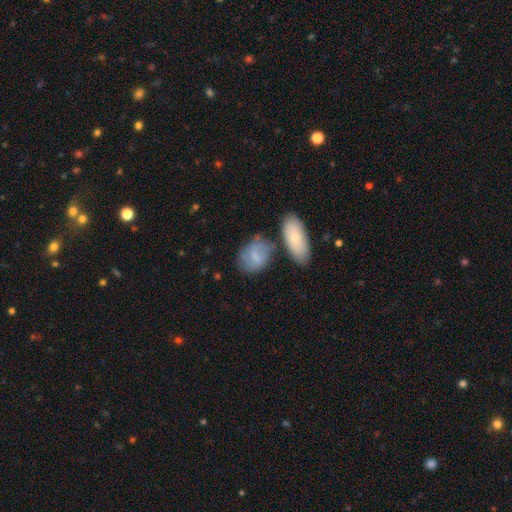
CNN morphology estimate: A smooth galaxy with no disk features (68%) that is in between round and cigar-shaped (65%).

Vote fractions:
- Smooth or featured? smooth: 68% / featured or disk: 25% / star or artifact: 7%
- How rounded? in between: 65% / round: 33% / cigar-shaped: 3%
- Merging? none: 56% / minor disturbance: 22% / merger: 14% / major disturbance: 8%